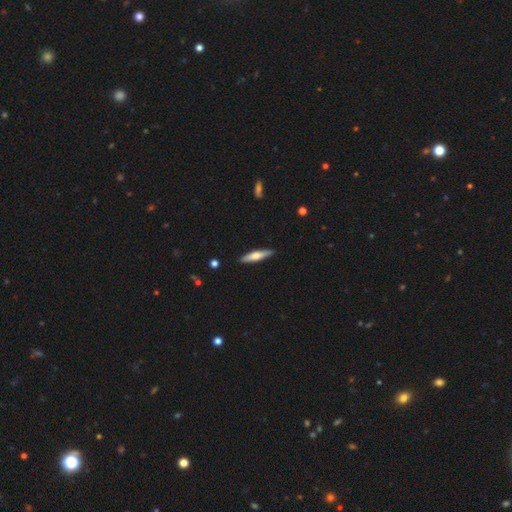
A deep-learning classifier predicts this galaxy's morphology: Smooth or featured? Predicted: smooth (p=0.54). How rounded? Predicted: cigar-shaped (p=0.81). Merging? Predicted: none (p=0.89).